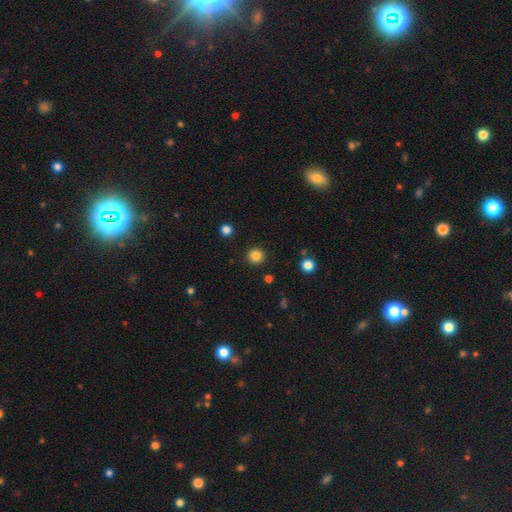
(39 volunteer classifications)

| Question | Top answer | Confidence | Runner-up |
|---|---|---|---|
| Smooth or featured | smooth | 82% | featured or disk (10%) |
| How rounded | round | 97% | in between (3%) |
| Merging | none | 94% | minor disturbance (3%) |